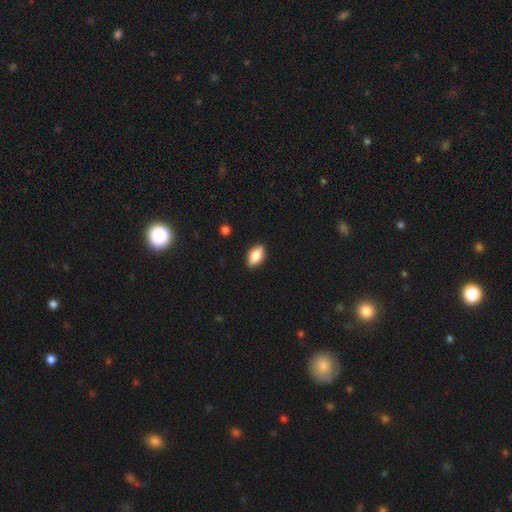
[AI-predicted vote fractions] Q: Smooth or featured?
A: smooth (80%); runner-up: featured or disk (13%)
Q: How rounded?
A: in between (89%); runner-up: cigar-shaped (6%)
Q: Merging?
A: none (88%); runner-up: minor disturbance (9%)